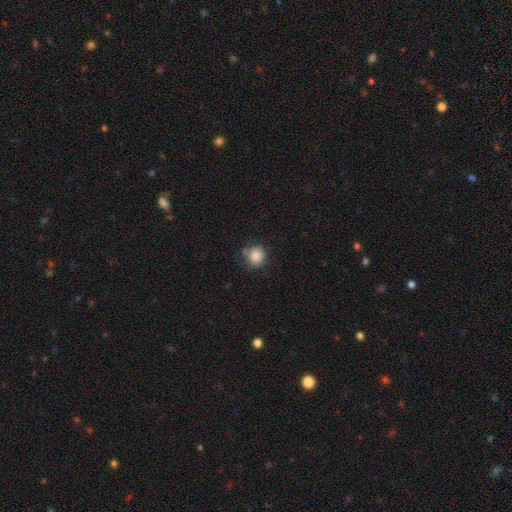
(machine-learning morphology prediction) smooth_or_featured: smooth (p=0.85) [alt: star or artifact p=0.09]
how_rounded: round (p=0.81) [alt: in between p=0.18]
merging: none (p=0.64) [alt: minor disturbance p=0.24]